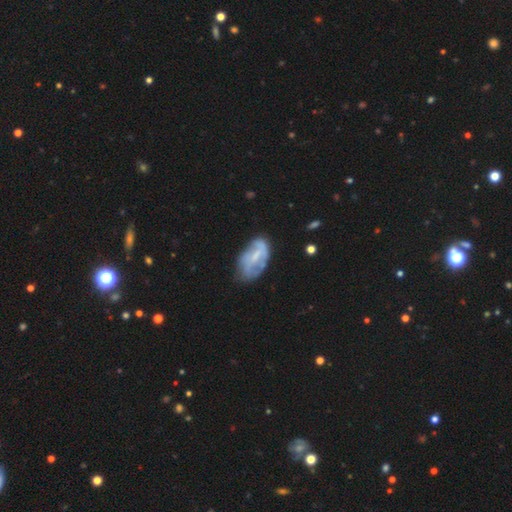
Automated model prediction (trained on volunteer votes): Smooth or featured: featured or disk — 57% (smooth — 36%)
Edge-on disk: no — 95% (yes — 5%)
Bar: weak — 43% (no — 42%)
Spiral arms: yes — 58% (no — 42%)
Bulge size: small — 46% (moderate — 26%)
Merging: none — 48% (minor disturbance — 31%)